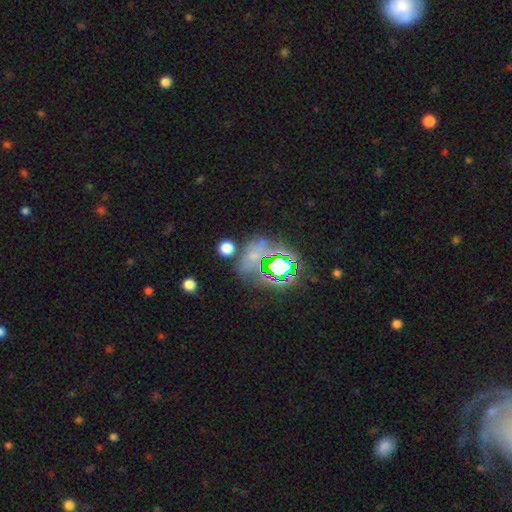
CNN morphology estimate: This is possibly a star or artifact rather than a galaxy (57%).